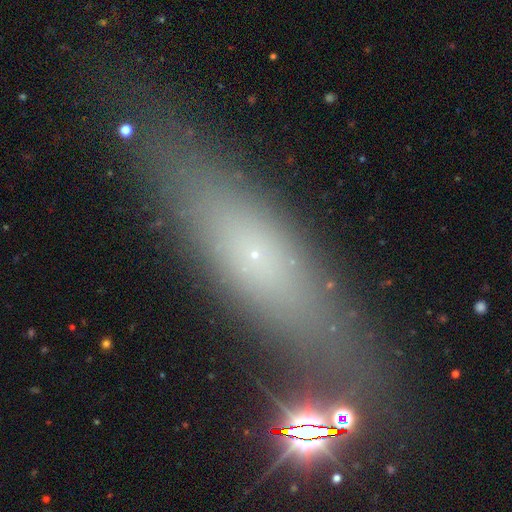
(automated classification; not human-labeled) This appears to be a smooth galaxy with no disk features (50%). Merging: none (81%).